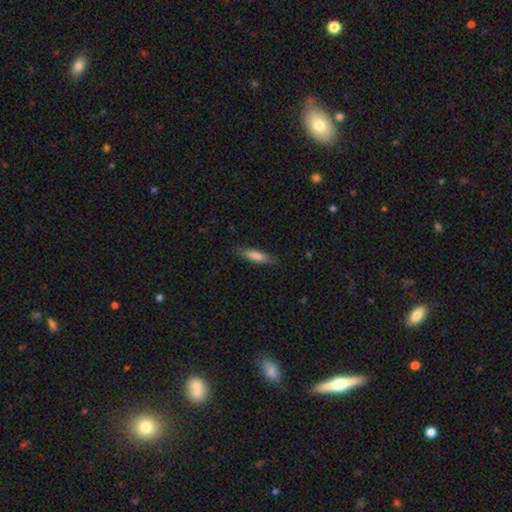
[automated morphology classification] The model was most divided on "how rounded": cigar-shaped: 68%, in between: 30%, round: 2%. More confident: merging — none (83%); smooth or featured — smooth (80%).